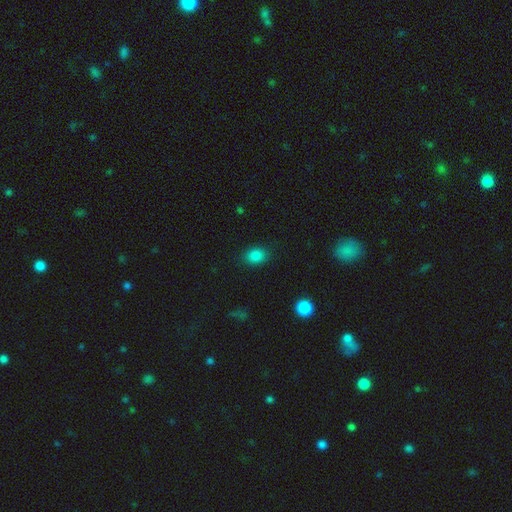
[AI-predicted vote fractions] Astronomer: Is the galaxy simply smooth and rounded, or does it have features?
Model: smooth — 84%.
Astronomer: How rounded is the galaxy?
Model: in between — 69%.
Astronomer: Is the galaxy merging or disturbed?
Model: none — 86%.